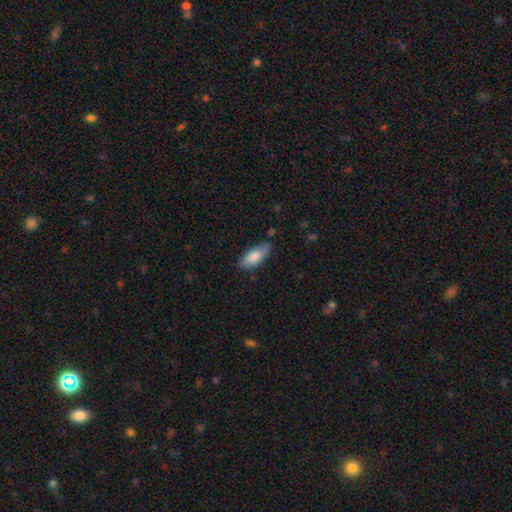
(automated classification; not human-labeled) Smooth or featured: smooth — 81% (featured or disk — 13%)
How rounded: in between — 84% (cigar-shaped — 14%)
Merging: none — 73% (minor disturbance — 22%)